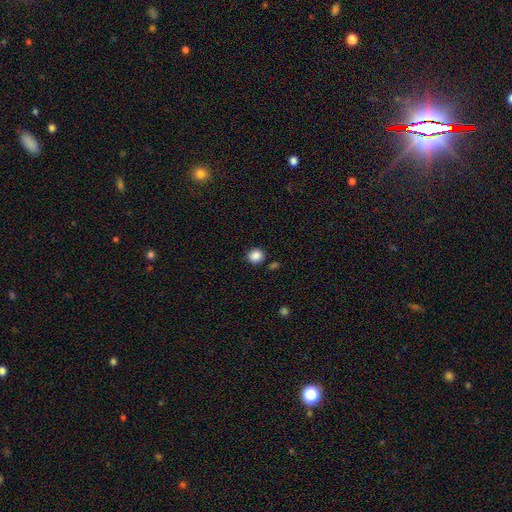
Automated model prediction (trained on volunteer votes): This appears to be a smooth galaxy with no disk features (87%) that is round (90%). Merging: none (87%).